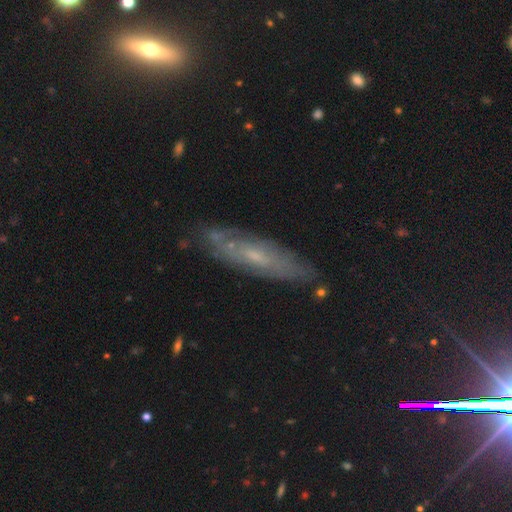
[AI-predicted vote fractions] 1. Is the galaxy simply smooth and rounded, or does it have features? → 64% featured or disk, 28% smooth, 8% star or artifact.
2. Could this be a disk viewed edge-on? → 61% no, 39% yes.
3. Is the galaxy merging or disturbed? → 77% none, 16% minor disturbance, 4% major disturbance, 2% merger.